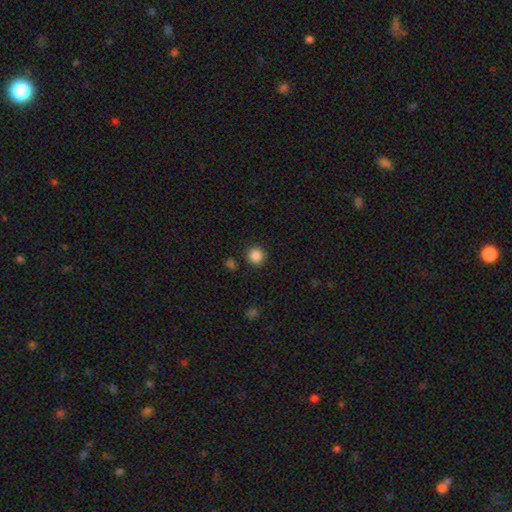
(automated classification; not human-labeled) Smooth or featured?
  - smooth: 87% *
  - star or artifact: 10%
  - featured or disk: 3%
How rounded?
  - round: 94% *
  - in between: 5%
  - cigar-shaped: 1%
Merging?
  - none: 89% *
  - minor disturbance: 6%
  - merger: 2%
  - major disturbance: 2%